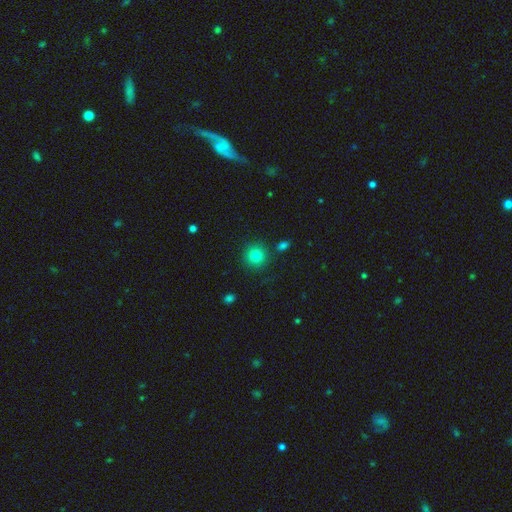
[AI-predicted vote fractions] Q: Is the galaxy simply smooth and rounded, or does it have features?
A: smooth — 81%.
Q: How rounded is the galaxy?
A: round — 93%.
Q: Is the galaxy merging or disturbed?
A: none — 87%.